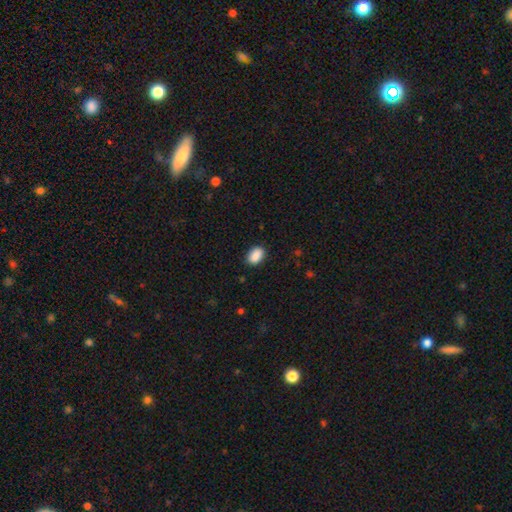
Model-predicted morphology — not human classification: Smooth or featured? smooth (90%)
How rounded? in between (89%)
Merging? none (87%)